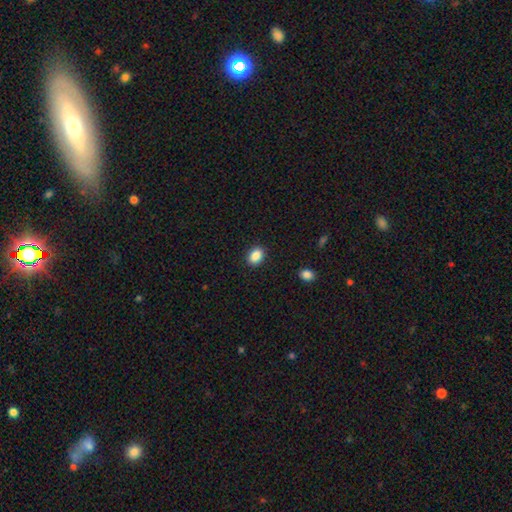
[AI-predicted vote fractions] Morphology: type=smooth (88%); roundness=in between (70%); merging=none (89%).